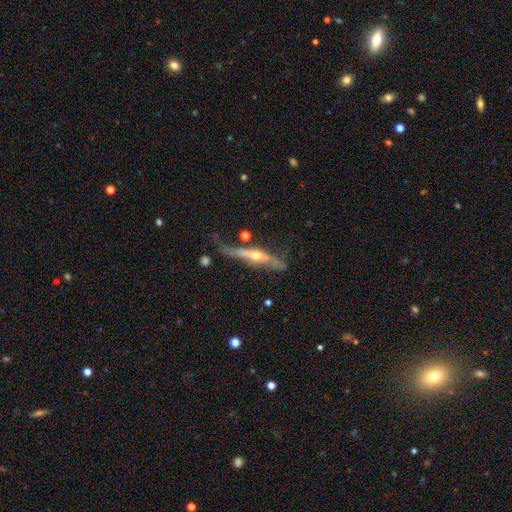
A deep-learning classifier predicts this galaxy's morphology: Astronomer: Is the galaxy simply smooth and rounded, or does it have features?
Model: featured or disk — 72%.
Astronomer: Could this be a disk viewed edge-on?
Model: yes — 85%.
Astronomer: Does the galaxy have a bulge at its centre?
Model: rounded — 88%.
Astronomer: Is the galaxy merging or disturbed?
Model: none — 50% (runner-up: minor disturbance, 29%).